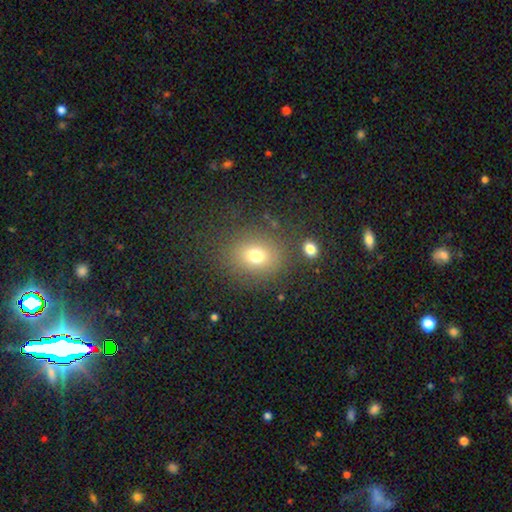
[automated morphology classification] Overall: smooth (73%). How rounded: round (66%; in between 33%). Merging: none (79%).